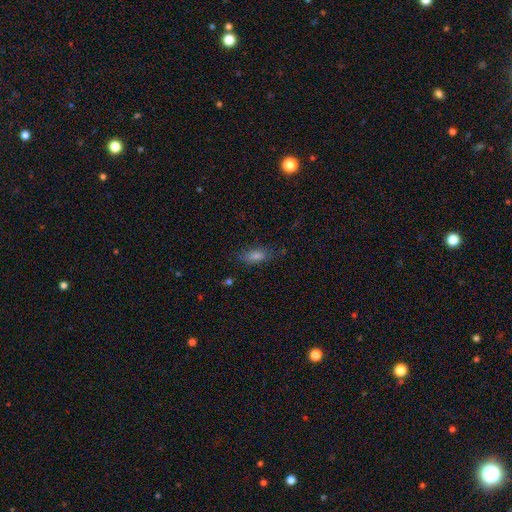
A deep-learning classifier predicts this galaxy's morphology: Smooth or featured: smooth — 69% (star or artifact — 16%)
How rounded: in between — 70% (cigar-shaped — 25%)
Merging: none — 77% (minor disturbance — 17%)